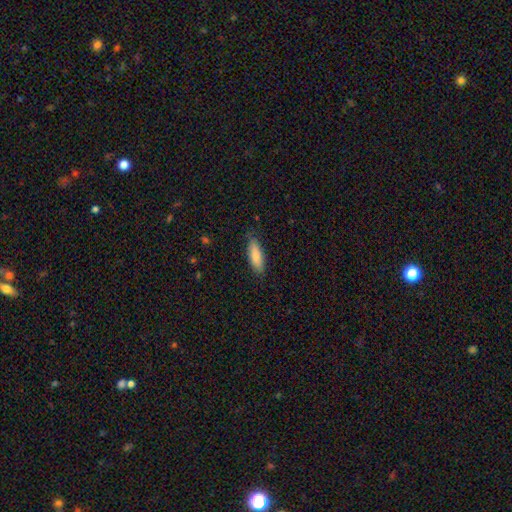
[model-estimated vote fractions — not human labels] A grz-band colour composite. It shows a smooth galaxy with no disk features (83%) that is in between round and cigar-shaped (62%). Merging: none (80%).